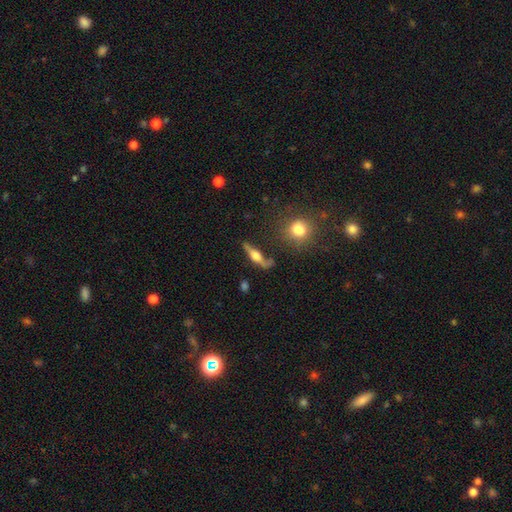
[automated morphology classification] Smooth or featured?
  - featured or disk: 62% *
  - smooth: 30%
  - star or artifact: 8%
Edge-on disk?
  - yes: 87% *
  - no: 13%
Edge-on bulge?
  - rounded: 88% *
  - boxy: 9%
  - none: 3%
Merging?
  - none: 64% *
  - minor disturbance: 19%
  - major disturbance: 10%
  - merger: 7%